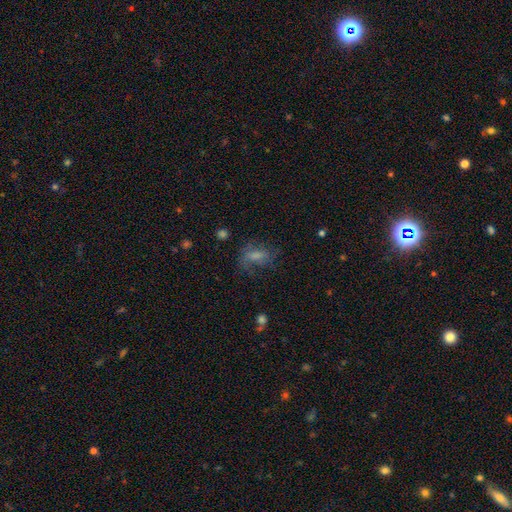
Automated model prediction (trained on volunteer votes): smooth-or-featured: smooth: 42% | featured or disk: 35% | star or artifact: 23%
  merging: none: 54% | minor disturbance: 22% | major disturbance: 21% | merger: 2%